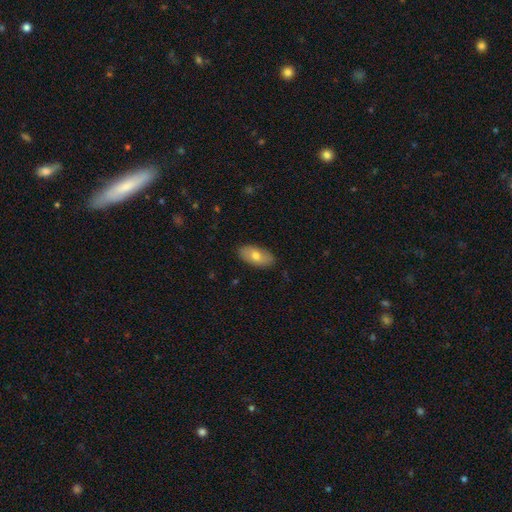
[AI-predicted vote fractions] smooth_or_featured: smooth (p=0.71) [alt: featured or disk p=0.23]
how_rounded: in between (p=0.93) [alt: round p=0.04]
merging: none (p=0.86) [alt: minor disturbance p=0.11]